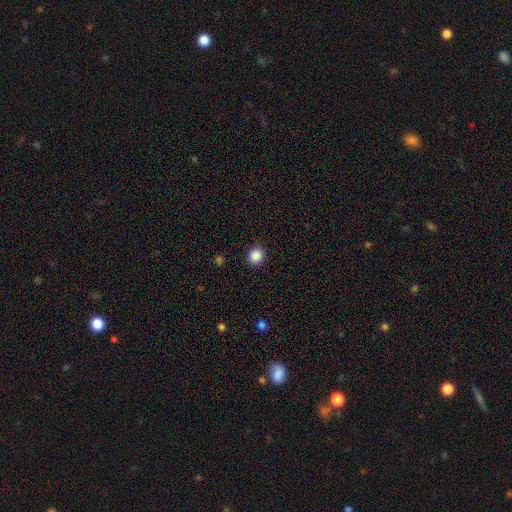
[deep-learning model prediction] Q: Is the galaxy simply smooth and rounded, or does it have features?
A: smooth — 88%.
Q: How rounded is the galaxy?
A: round — 88%.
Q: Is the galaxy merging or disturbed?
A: none — 90%.